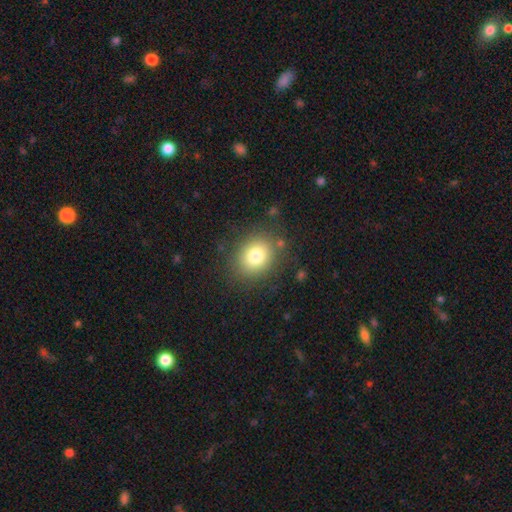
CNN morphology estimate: This is likely a smooth galaxy (79%). How rounded: likely round (61%). Merging: clearly none (83%).